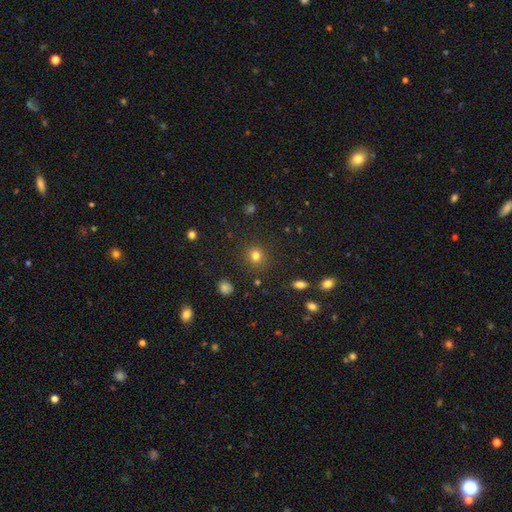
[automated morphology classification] This is likely a smooth galaxy (79%). How rounded: clearly round (87%). Merging: clearly none (88%).